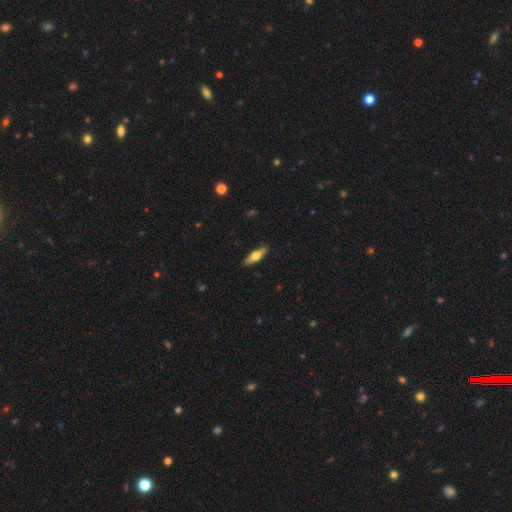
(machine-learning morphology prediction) type=featured or disk (51%); edge-on=yes (92%); merging=none (90%).